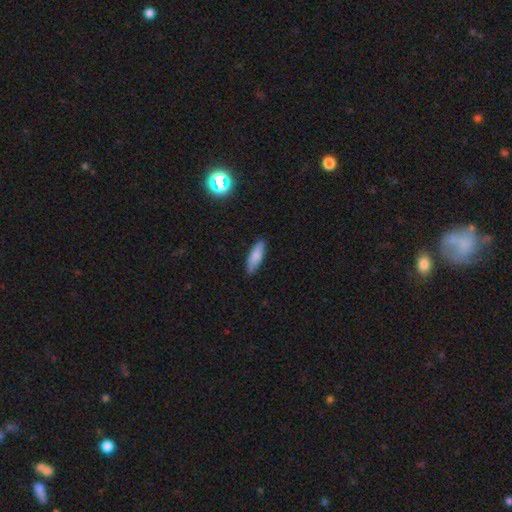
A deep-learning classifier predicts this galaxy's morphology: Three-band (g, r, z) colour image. It shows a smooth galaxy with no disk features (80%) that is in between round and cigar-shaped (51%). Merging: none (85%).